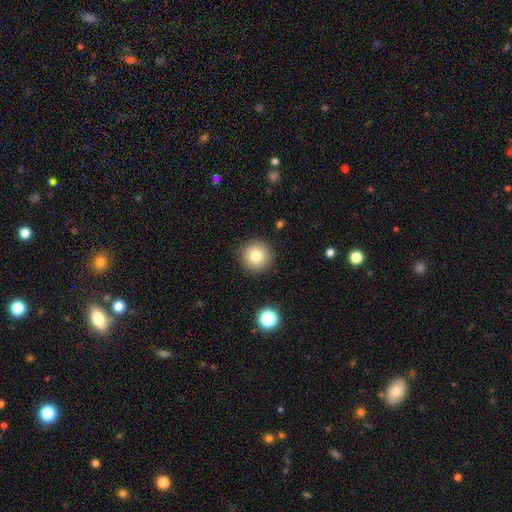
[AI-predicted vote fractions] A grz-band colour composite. It shows a smooth galaxy with no disk features (79%) that is round (95%). Merging: none (91%).